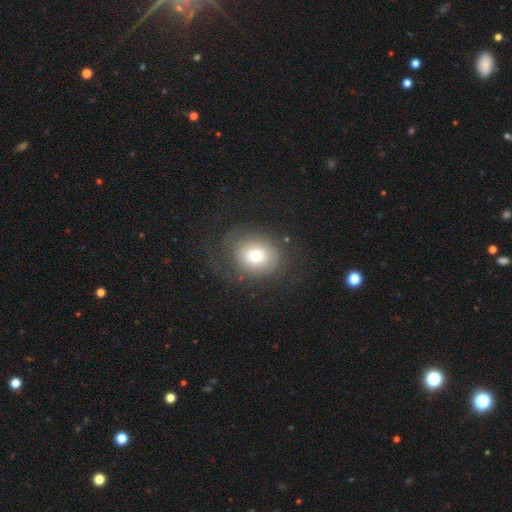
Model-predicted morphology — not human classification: Smooth or featured?
  - smooth: 66% *
  - featured or disk: 22%
  - star or artifact: 11%
How rounded?
  - round: 67% *
  - in between: 32%
  - cigar-shaped: 1%
Merging?
  - none: 66% *
  - minor disturbance: 17%
  - major disturbance: 15%
  - merger: 1%